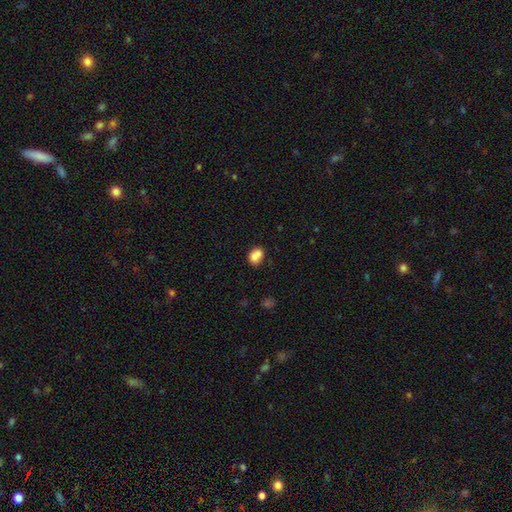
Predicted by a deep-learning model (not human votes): Smooth or featured?
  - smooth: 77% *
  - featured or disk: 13%
  - star or artifact: 10%
How rounded?
  - in between: 60% *
  - round: 39%
  - cigar-shaped: 1%
Merging?
  - merger: 41% *
  - none: 40%
  - minor disturbance: 14%
  - major disturbance: 5%